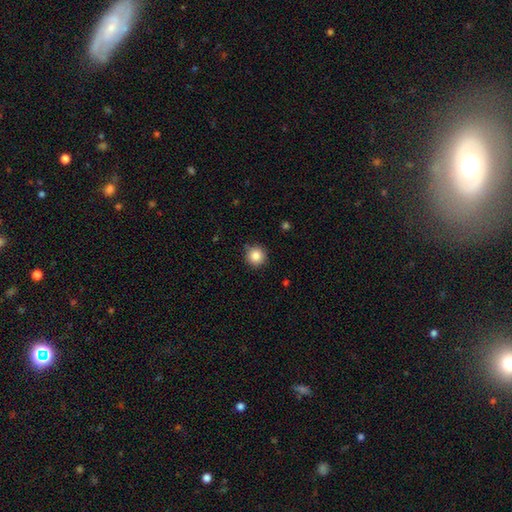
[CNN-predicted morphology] The model was most divided on "smooth or featured": smooth: 85%, star or artifact: 10%, featured or disk: 5%. More confident: how rounded — round (95%); merging — none (87%).